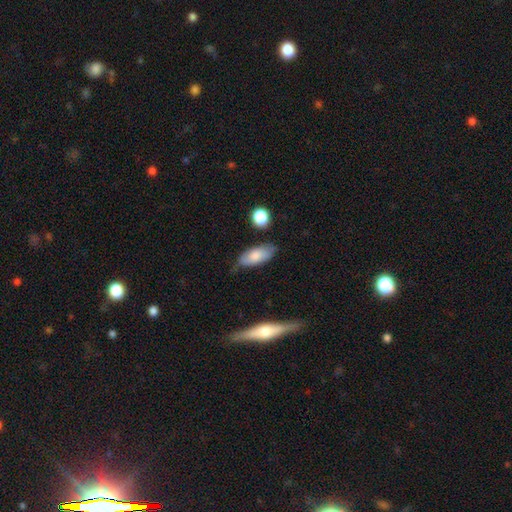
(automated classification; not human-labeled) This is likely a smooth galaxy (79%). How rounded: clearly in between (86%). Merging: likely none (70%).